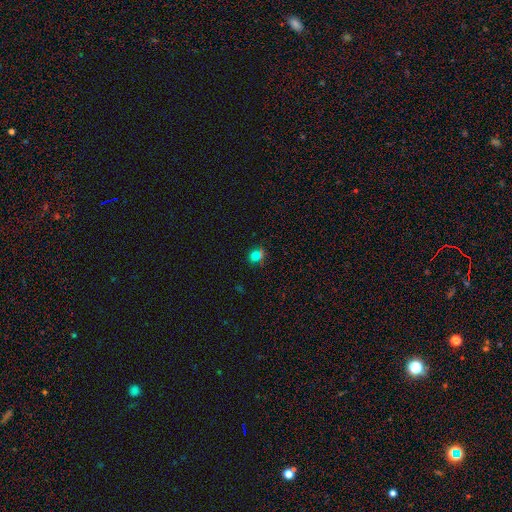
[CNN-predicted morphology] This is likely a smooth galaxy (72%). How rounded: likely round (77%). Merging: possibly none (57%).